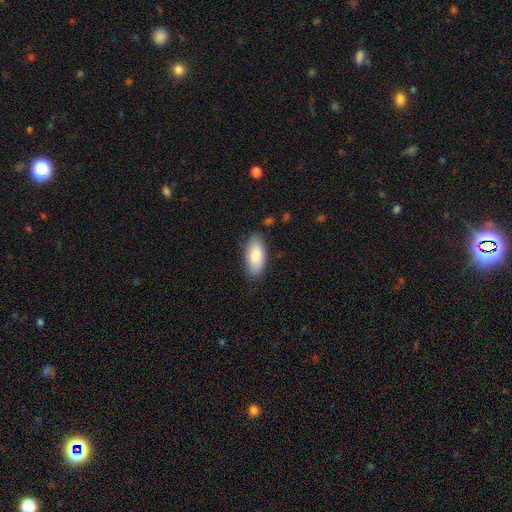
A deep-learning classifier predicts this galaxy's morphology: Smooth or featured: smooth — 84% (featured or disk — 10%)
How rounded: in between — 89% (cigar-shaped — 9%)
Merging: none — 83% (minor disturbance — 13%)